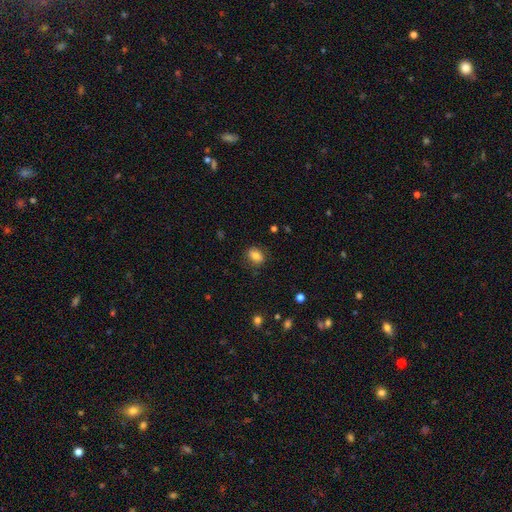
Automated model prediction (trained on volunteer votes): Smooth or featured? Predicted: smooth (p=0.80). How rounded? Predicted: in between (p=0.64). Merging? Predicted: none (p=0.81).